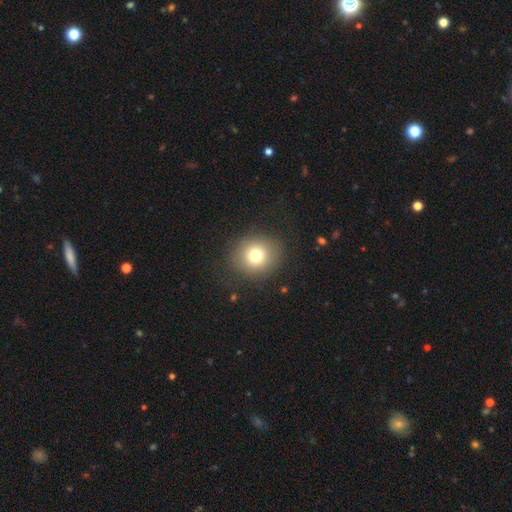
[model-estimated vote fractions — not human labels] Smooth or featured? Predicted: smooth (p=0.76). How rounded? Predicted: round (p=0.85). Merging? Predicted: none (p=0.85).